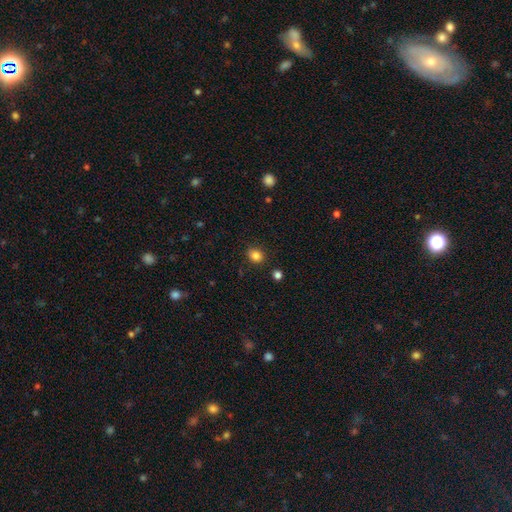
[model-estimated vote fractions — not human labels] A smooth galaxy with no disk features (84%) that is round (53%). Merging: none (86%).